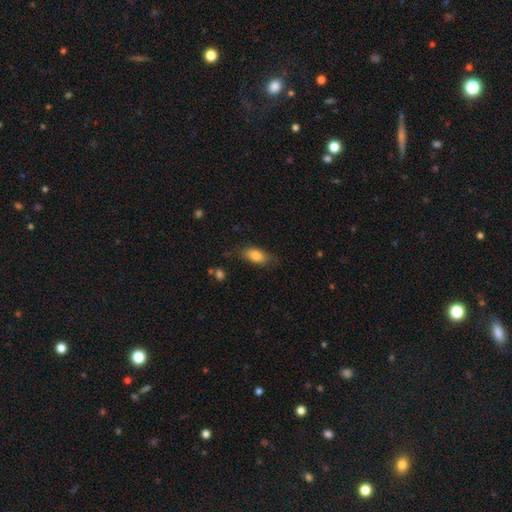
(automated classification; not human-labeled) This appears to be a smooth galaxy with no disk features (82%) that is in between round and cigar-shaped (86%). Merging: none (73%).